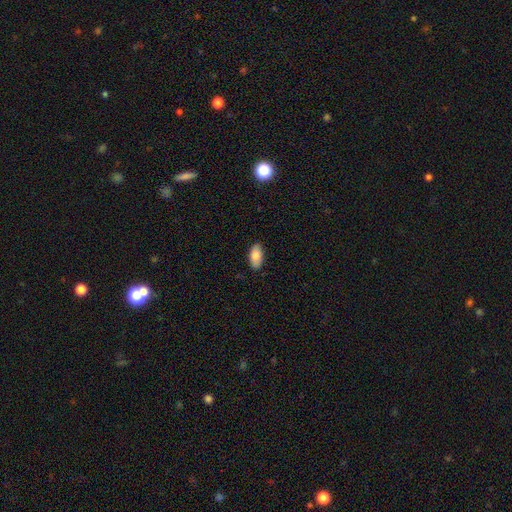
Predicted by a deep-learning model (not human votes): Smooth or featured? smooth (81%)
How rounded? in between (93%)
Merging? none (86%)